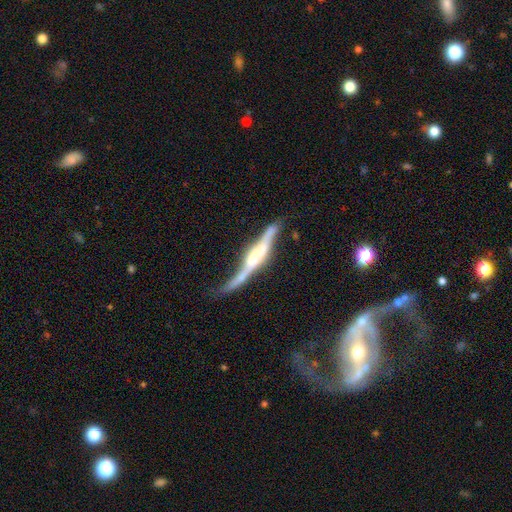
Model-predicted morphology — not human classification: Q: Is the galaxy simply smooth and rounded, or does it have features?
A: featured or disk — 82%.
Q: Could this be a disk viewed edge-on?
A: yes — 81%.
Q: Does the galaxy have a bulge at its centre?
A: rounded — 58%.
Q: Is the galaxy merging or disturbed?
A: none — 39%.